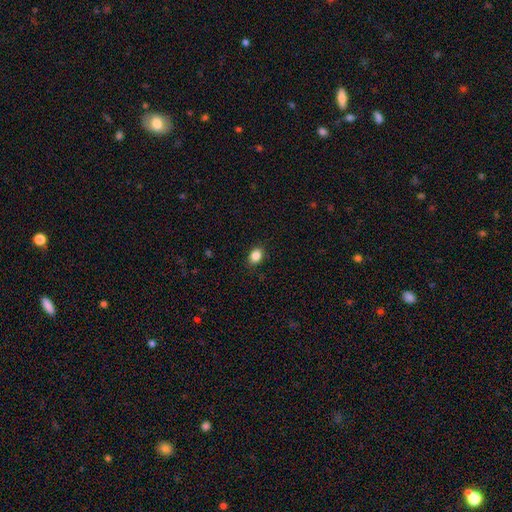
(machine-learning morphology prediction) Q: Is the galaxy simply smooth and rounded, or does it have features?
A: smooth — 87%.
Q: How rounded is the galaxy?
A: in between — 67%.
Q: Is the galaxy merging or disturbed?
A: none — 88%.